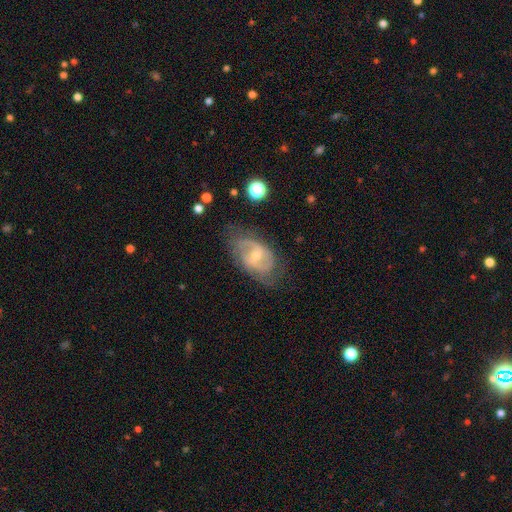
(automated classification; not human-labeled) Smooth or featured: featured or disk — 79% (smooth — 15%)
Edge-on disk: no — 96% (yes — 4%)
Bar: weak — 52% (no — 34%)
Spiral arms: yes — 90% (no — 10%)
Spiral winding: medium — 48% (tight — 34%)
Spiral arm count: 2 — 70% (can't tell — 18%)
Bulge size: small — 59% (moderate — 36%)
Merging: none — 66% (minor disturbance — 22%)